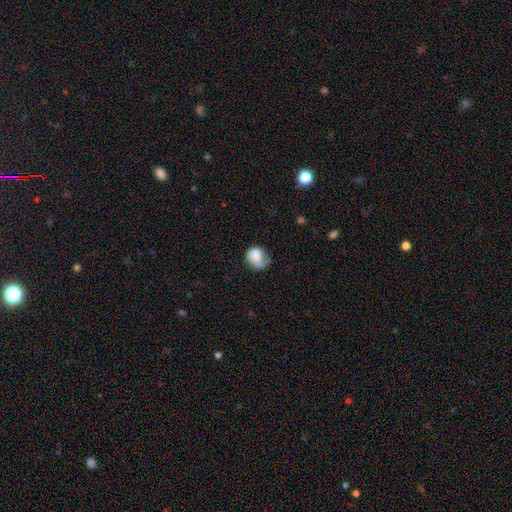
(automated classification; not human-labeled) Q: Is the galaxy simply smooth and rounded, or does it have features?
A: smooth — 74%.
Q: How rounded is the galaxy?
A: round — 57%.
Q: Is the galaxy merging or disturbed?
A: none — 39%.